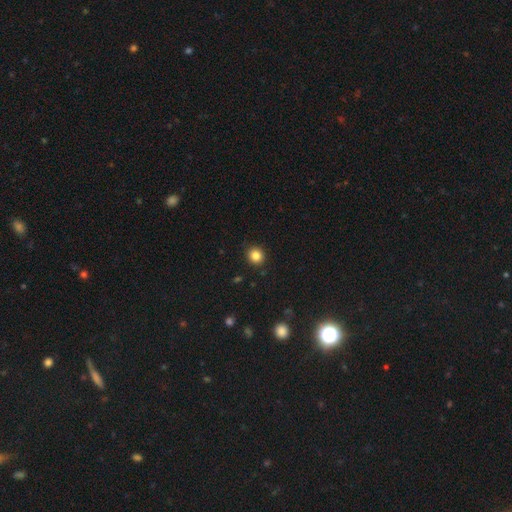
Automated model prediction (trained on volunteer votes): This is clearly a smooth galaxy (84%). How rounded: clearly round (88%). Merging: clearly none (90%).